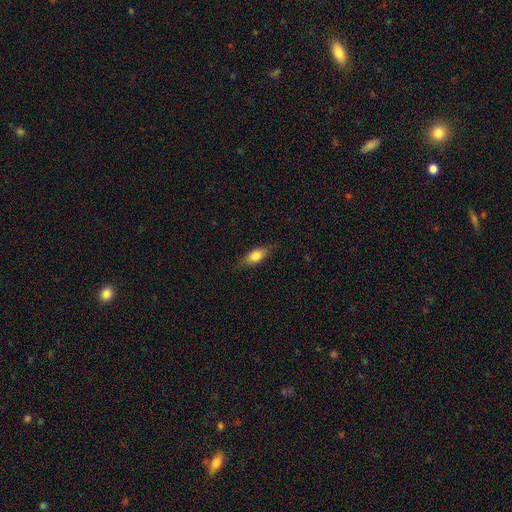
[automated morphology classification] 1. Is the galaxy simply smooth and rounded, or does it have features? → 73% smooth, 20% featured or disk, 7% star or artifact.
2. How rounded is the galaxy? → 74% in between, 21% cigar-shaped, 5% round.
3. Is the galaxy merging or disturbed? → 80% none, 15% minor disturbance, 3% major disturbance, 1% merger.